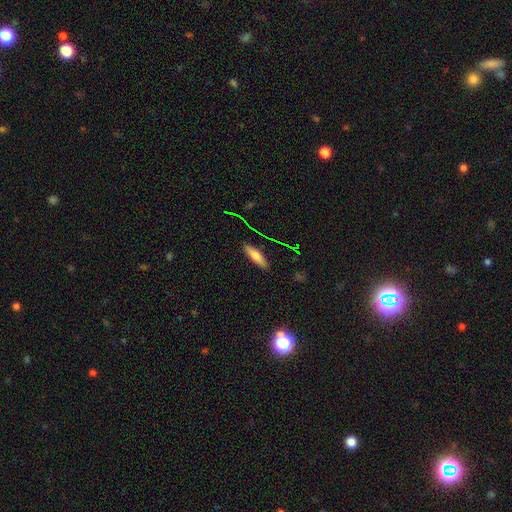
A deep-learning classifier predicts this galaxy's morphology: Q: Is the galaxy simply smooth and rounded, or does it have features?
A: smooth — 70%.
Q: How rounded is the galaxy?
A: cigar-shaped — 56%.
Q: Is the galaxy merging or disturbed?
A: none — 87%.